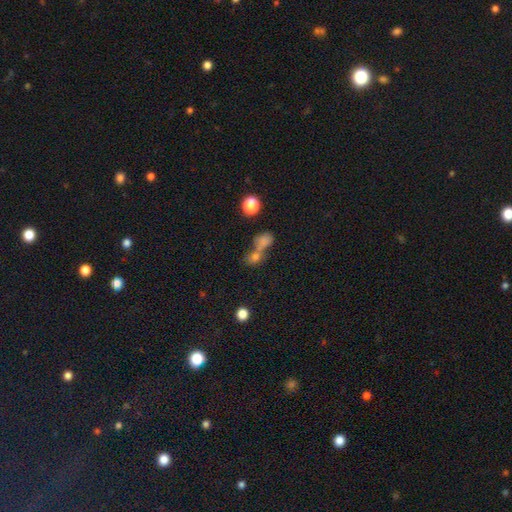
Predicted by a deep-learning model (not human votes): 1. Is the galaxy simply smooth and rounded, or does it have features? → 66% smooth, 22% star or artifact, 13% featured or disk.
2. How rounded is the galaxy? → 56% round, 40% in between, 4% cigar-shaped.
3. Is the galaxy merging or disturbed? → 53% merger, 34% none, 7% minor disturbance, 6% major disturbance.